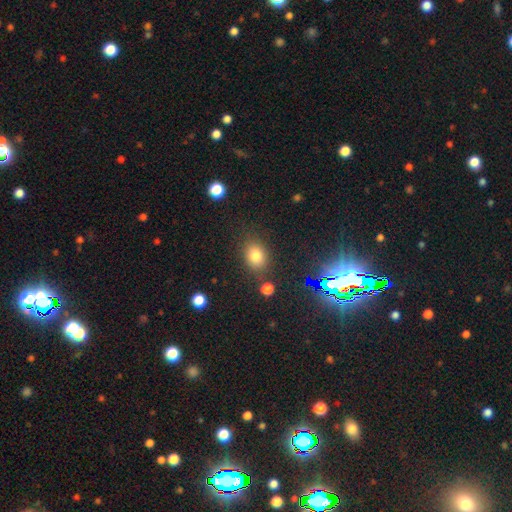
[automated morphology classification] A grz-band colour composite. It shows a smooth galaxy with no disk features (76%) that is in between round and cigar-shaped (55%). Merging: none (79%).